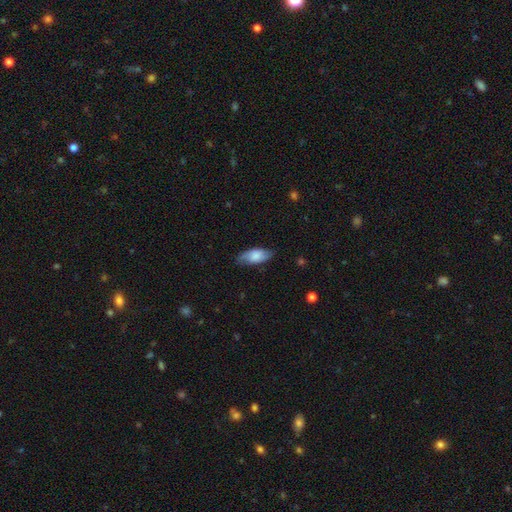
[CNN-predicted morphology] A smooth galaxy with no disk features (69%) that is in between round and cigar-shaped (85%).

Vote fractions:
- Smooth or featured? smooth: 69% / featured or disk: 25% / star or artifact: 6%
- How rounded? in between: 85% / cigar-shaped: 12% / round: 3%
- Merging? none: 78% / minor disturbance: 18% / major disturbance: 4% / merger: 1%